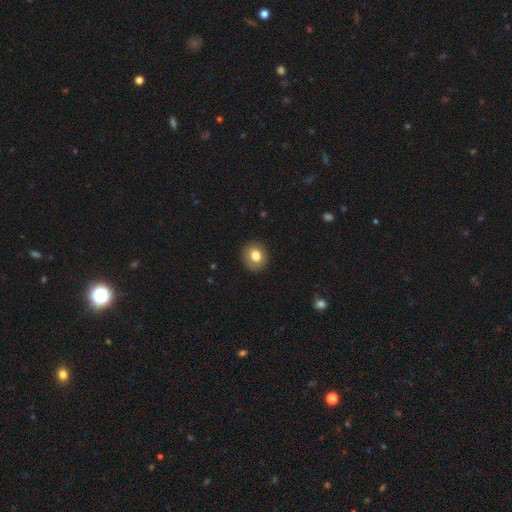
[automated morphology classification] Smooth or featured? Predicted: smooth (p=0.80). How rounded? Predicted: round (p=0.80). Merging? Predicted: none (p=0.90).